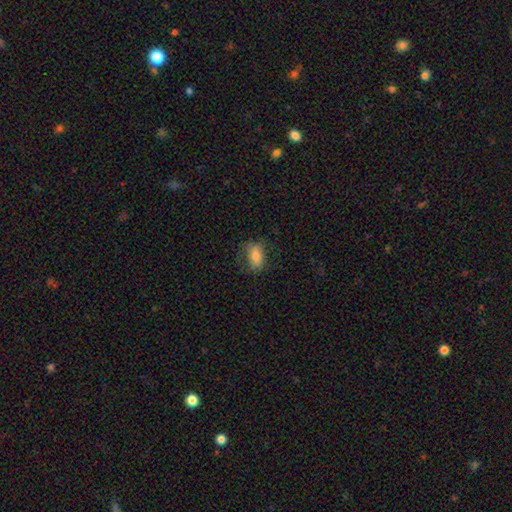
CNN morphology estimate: A smooth galaxy with no disk features (73%) that is in between round and cigar-shaped (82%). Merging: none (65%).